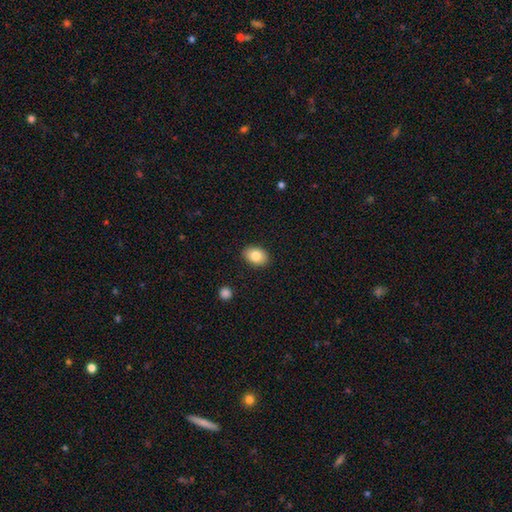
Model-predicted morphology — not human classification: Smooth or featured: smooth — 83% (featured or disk — 10%)
How rounded: in between — 79% (round — 20%)
Merging: none — 88% (minor disturbance — 9%)